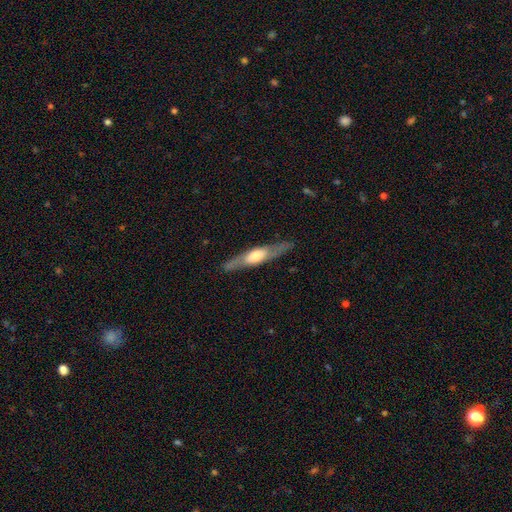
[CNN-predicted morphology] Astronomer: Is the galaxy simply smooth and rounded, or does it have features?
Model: featured or disk — 64%.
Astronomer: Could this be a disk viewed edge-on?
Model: yes — 82%.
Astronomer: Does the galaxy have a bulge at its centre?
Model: rounded — 78%.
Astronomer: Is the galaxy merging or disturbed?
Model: none — 85%.